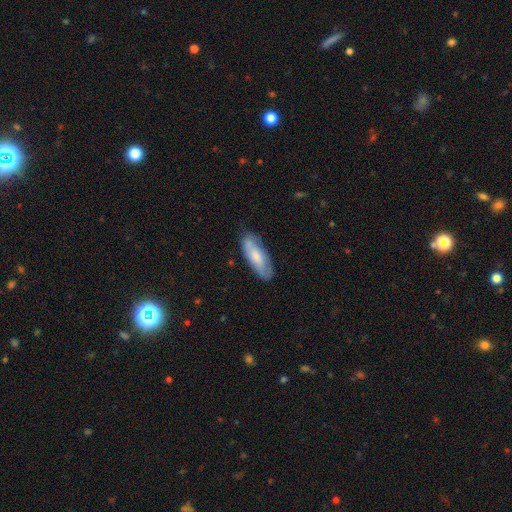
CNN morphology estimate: This appears to be a smooth galaxy with no disk features (64%) that is in between round and cigar-shaped (65%). Merging: none (75%).